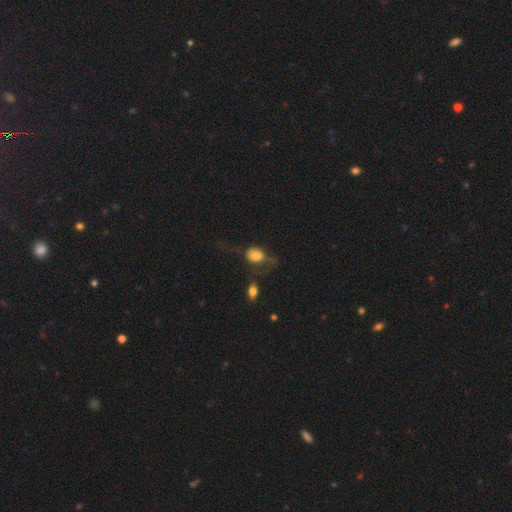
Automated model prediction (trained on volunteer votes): Overall: smooth (76%). How rounded: in between (55%; round 43%). Merging: major disturbance (42%; none 24%).